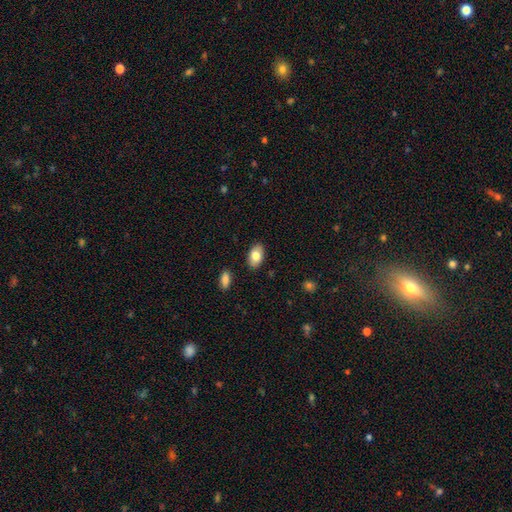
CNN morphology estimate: Smooth or featured?
  - smooth: 80% *
  - featured or disk: 13%
  - star or artifact: 7%
How rounded?
  - in between: 92% *
  - round: 7%
  - cigar-shaped: 1%
Merging?
  - none: 87% *
  - minor disturbance: 9%
  - major disturbance: 2%
  - merger: 1%